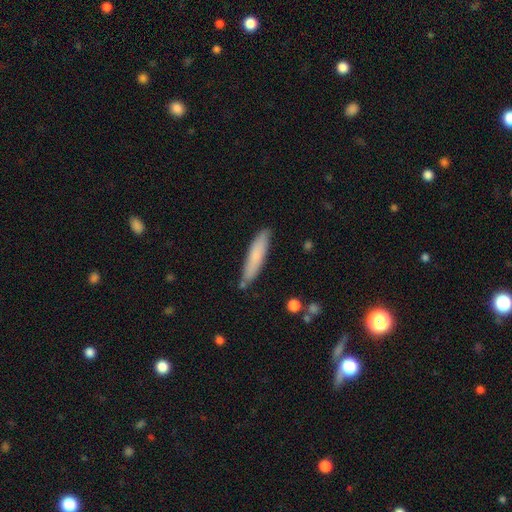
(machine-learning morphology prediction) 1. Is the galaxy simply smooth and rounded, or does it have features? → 77% smooth, 17% featured or disk, 6% star or artifact.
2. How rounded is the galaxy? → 85% cigar-shaped, 13% in between, 1% round.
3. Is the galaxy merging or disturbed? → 82% none, 13% minor disturbance, 3% merger, 2% major disturbance.